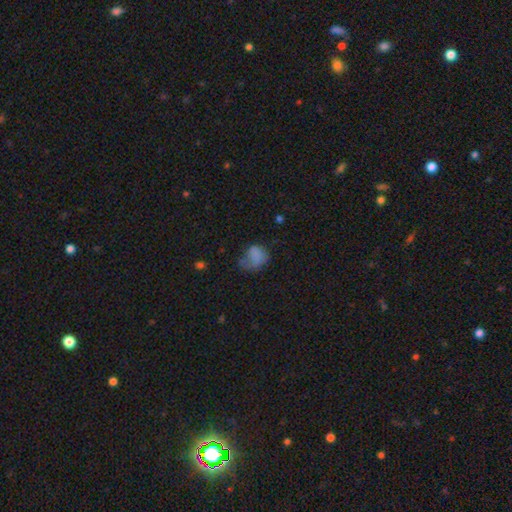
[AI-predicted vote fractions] Smooth or featured? Predicted: smooth (p=0.70). How rounded? Predicted: in between (p=0.53). Merging? Predicted: major disturbance (p=0.37).